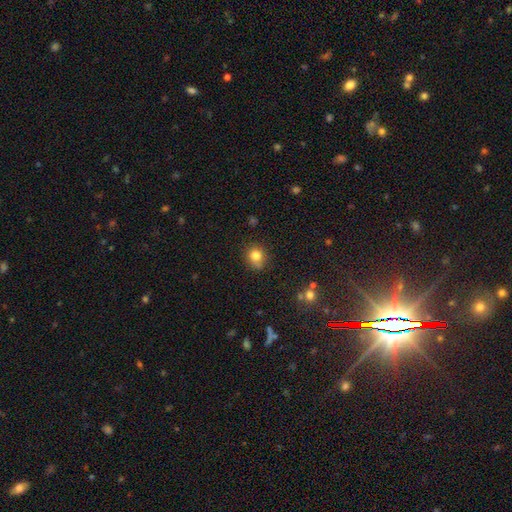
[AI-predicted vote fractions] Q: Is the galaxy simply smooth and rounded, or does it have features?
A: smooth — 81%.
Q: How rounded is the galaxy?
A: round — 78%.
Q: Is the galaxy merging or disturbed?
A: none — 76%.